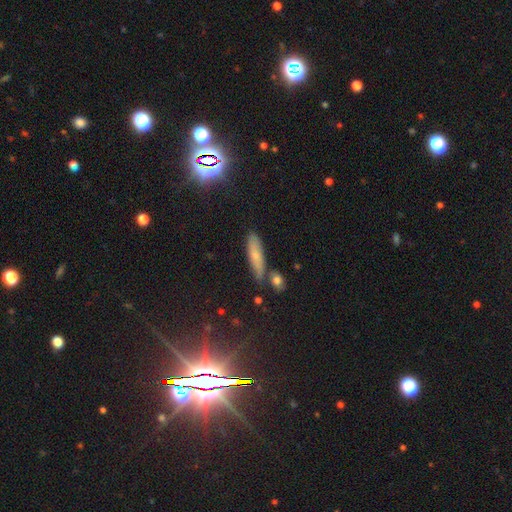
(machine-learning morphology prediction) The model was most divided on "how rounded": cigar-shaped: 67%, in between: 30%, round: 3%. More confident: merging — none (69%); smooth or featured — smooth (62%).